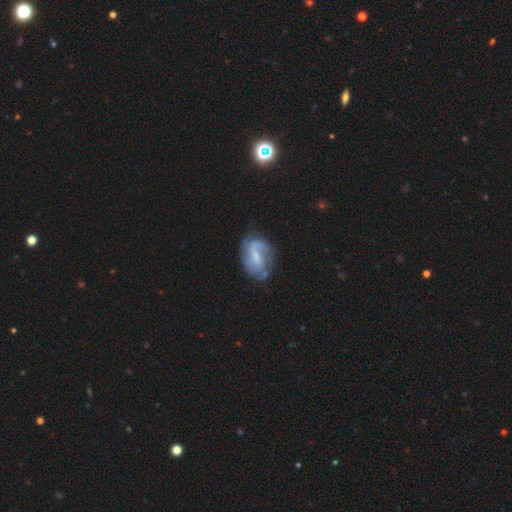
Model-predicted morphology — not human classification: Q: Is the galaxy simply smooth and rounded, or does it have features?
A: featured or disk — 69%.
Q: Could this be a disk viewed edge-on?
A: no — 97%.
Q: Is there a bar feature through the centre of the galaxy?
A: weak — 51%.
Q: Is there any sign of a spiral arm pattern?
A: yes — 85%.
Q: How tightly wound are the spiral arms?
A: loose — 42%.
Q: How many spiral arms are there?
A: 2 — 51%.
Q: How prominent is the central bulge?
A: small — 47%.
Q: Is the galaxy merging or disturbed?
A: none — 55%.